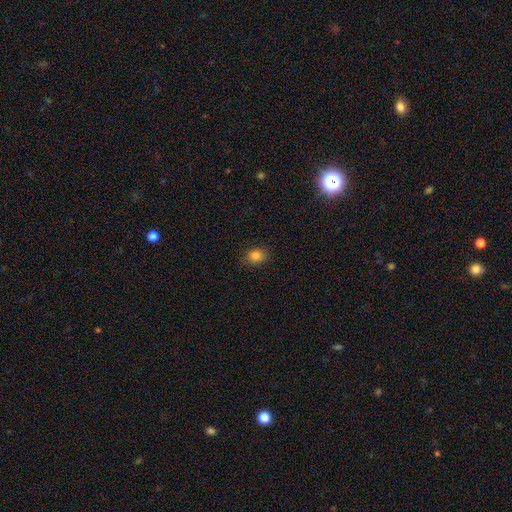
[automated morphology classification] smooth 83%, star or artifact 13%, featured or disk 5%. Down the decision tree: how rounded — in between (54%); merging — none (84%).